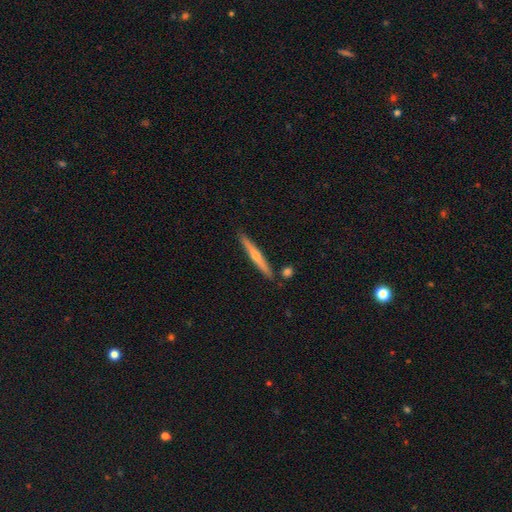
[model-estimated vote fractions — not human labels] Q: Smooth or featured?
A: featured or disk (54%); runner-up: smooth (40%)
Q: Edge-on disk?
A: yes (97%); runner-up: no (3%)
Q: Edge-on bulge?
A: rounded (76%); runner-up: none (20%)
Q: Merging?
A: none (86%); runner-up: minor disturbance (8%)